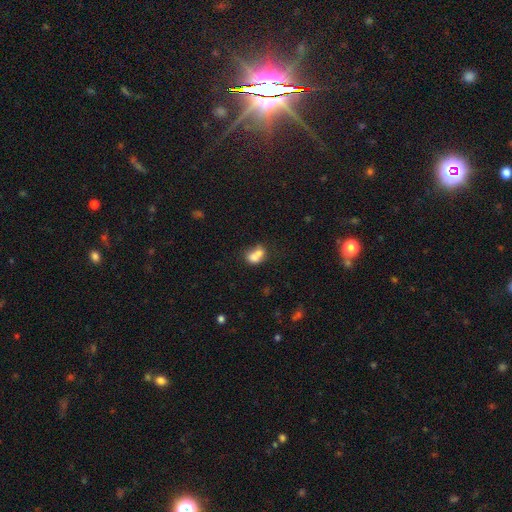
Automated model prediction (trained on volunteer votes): smooth_or_featured: smooth (p=0.72) [alt: featured or disk p=0.18]
how_rounded: in between (p=0.57) [alt: round p=0.41]
merging: merger (p=0.64) [alt: none p=0.23]